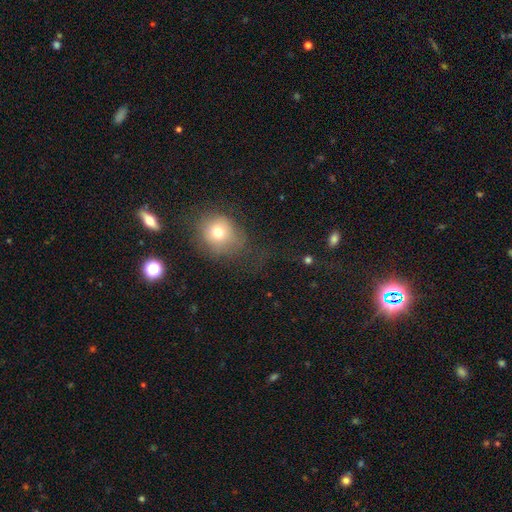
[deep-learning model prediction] smooth_or_featured: smooth (p=0.59) [alt: star or artifact p=0.28]
how_rounded: round (p=0.71) [alt: in between p=0.28]
merging: none (p=0.64) [alt: minor disturbance p=0.21]